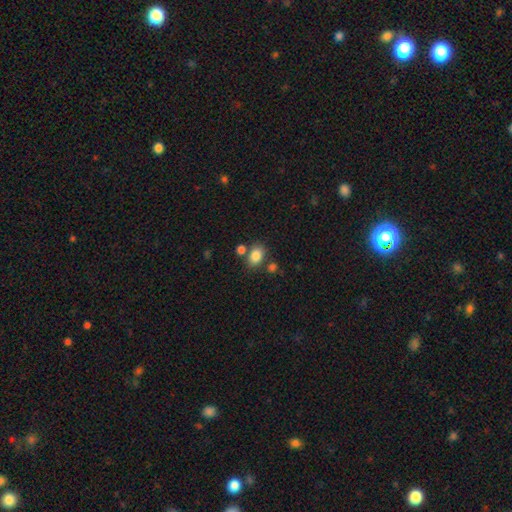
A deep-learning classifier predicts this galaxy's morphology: Q: Smooth or featured?
A: smooth (84%); runner-up: star or artifact (10%)
Q: How rounded?
A: in between (76%); runner-up: round (23%)
Q: Merging?
A: none (68%); runner-up: merger (16%)